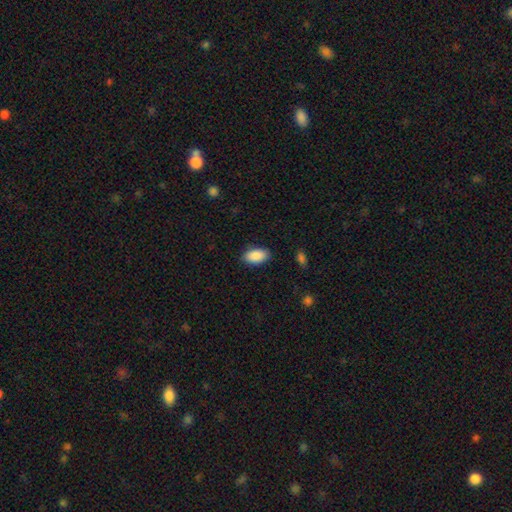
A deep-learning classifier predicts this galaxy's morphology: Smooth or featured: smooth — 90% (star or artifact — 6%)
How rounded: in between — 94% (cigar-shaped — 3%)
Merging: none — 87% (minor disturbance — 10%)